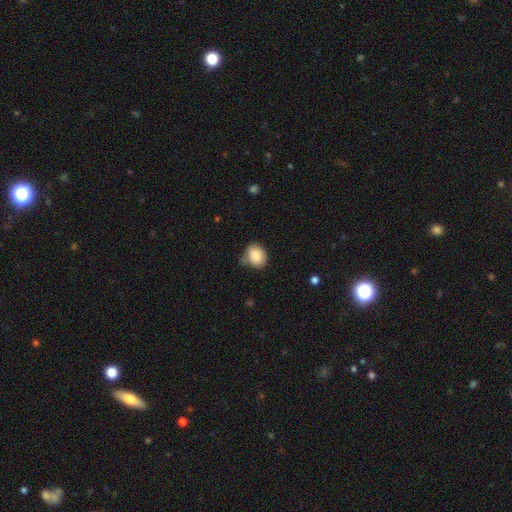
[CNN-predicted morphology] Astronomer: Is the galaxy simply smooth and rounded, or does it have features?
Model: smooth — 87%.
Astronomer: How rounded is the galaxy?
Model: round — 64%.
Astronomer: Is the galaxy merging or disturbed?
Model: none — 66%.